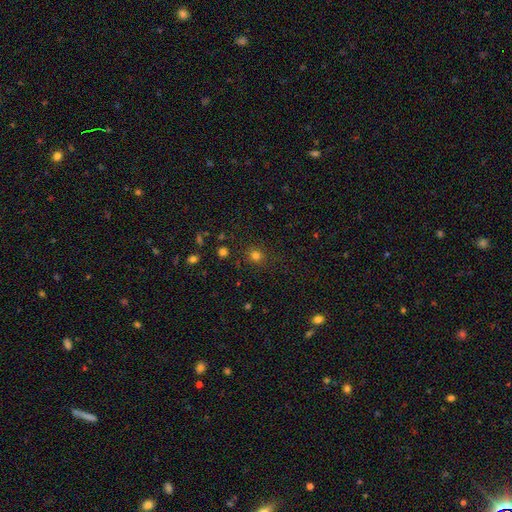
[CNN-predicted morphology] Overall: smooth (77%). How rounded: round (87%). Merging: none (87%).